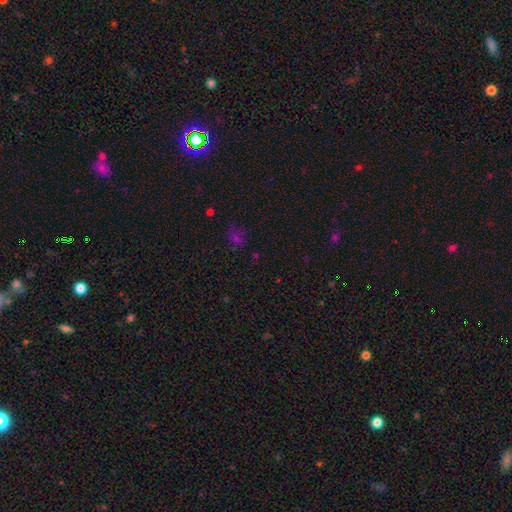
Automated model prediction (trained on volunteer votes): Smooth or featured? star or artifact (48%)